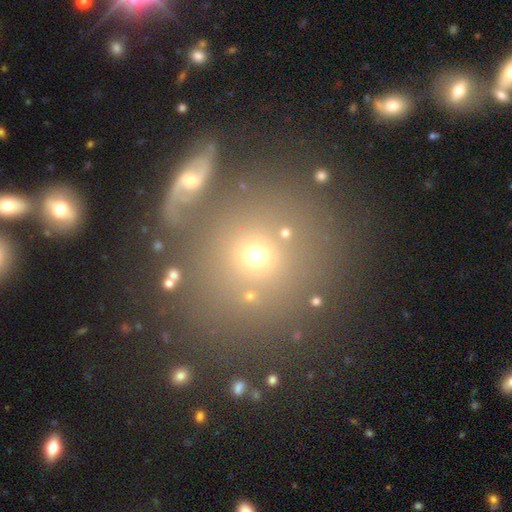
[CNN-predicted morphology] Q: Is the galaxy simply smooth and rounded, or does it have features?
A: smooth — 64%.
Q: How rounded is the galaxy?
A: round — 82%.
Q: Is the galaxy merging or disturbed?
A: none — 60%.